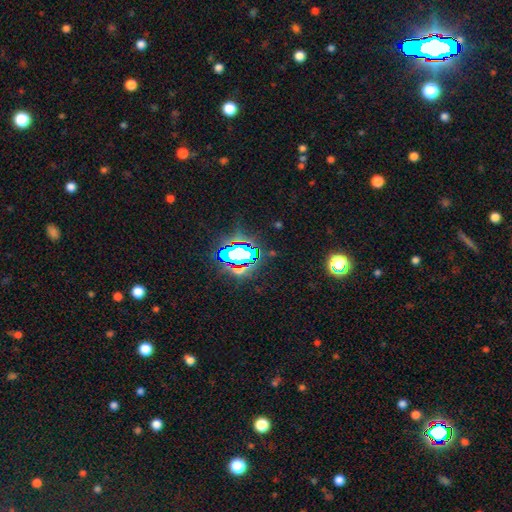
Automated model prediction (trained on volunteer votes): Morphology: type=star or artifact (80%).